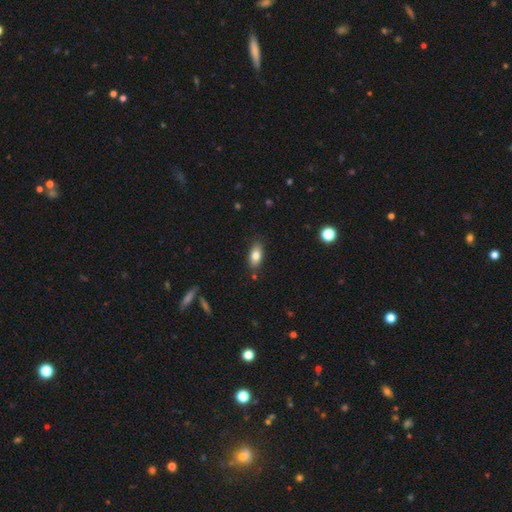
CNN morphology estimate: The model was most divided on "smooth or featured": smooth: 80%, featured or disk: 13%, star or artifact: 8%. More confident: how rounded — in between (88%); merging — none (84%).